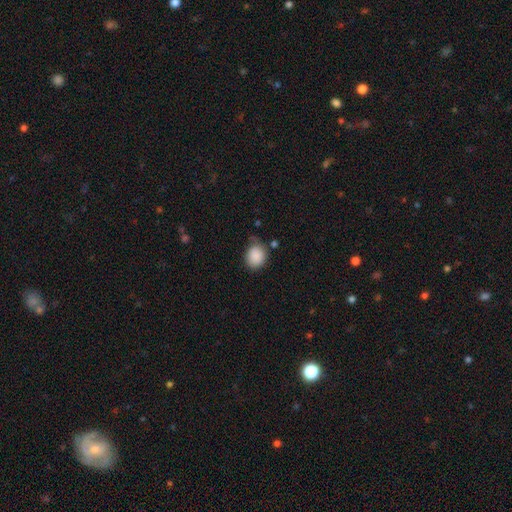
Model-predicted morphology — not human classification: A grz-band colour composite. It shows a smooth galaxy with no disk features (88%) that is round (65%). Merging: none (66%).